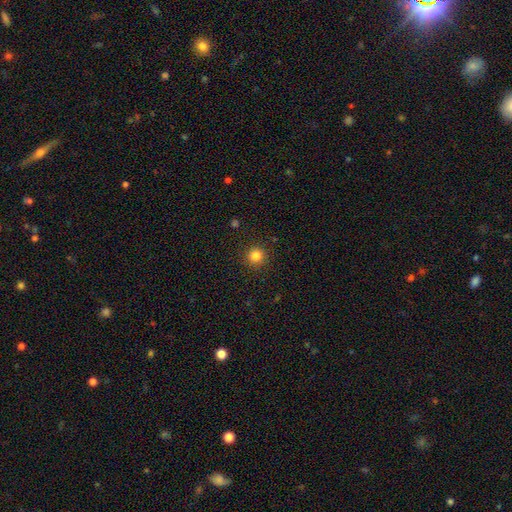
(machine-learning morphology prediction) The model was most divided on "smooth or featured": smooth: 83%, star or artifact: 12%, featured or disk: 4%. More confident: how rounded — round (95%); merging — none (91%).